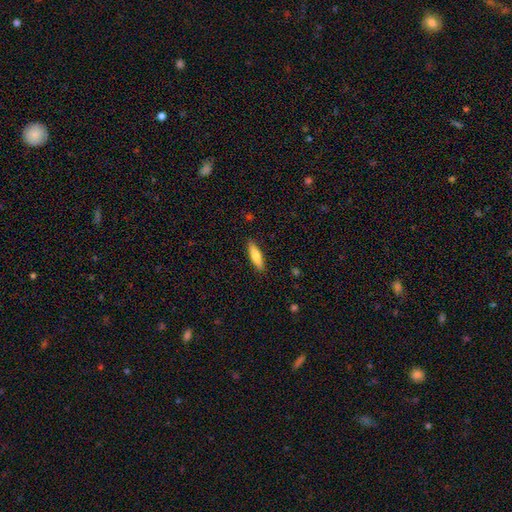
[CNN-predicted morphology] A smooth galaxy with no disk features (71%) that is cigar-shaped (67%).

Vote fractions:
- Smooth or featured? smooth: 71% / featured or disk: 23% / star or artifact: 6%
- How rounded? cigar-shaped: 67% / in between: 32% / round: 2%
- Merging? none: 89% / minor disturbance: 8% / major disturbance: 2% / merger: 1%